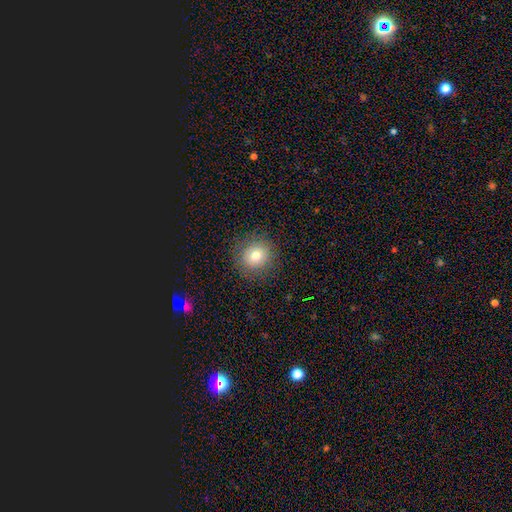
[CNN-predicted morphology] A smooth galaxy with no disk features (76%) that is round (90%).

Vote fractions:
- Smooth or featured? smooth: 76% / star or artifact: 12% / featured or disk: 12%
- How rounded? round: 90% / in between: 9% / cigar-shaped: 1%
- Merging? none: 87% / minor disturbance: 8% / major disturbance: 3% / merger: 1%